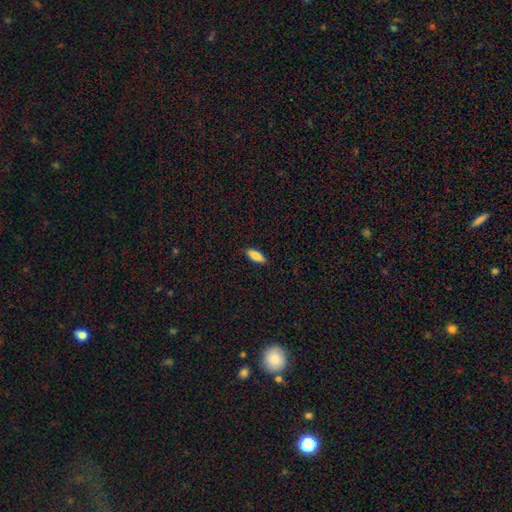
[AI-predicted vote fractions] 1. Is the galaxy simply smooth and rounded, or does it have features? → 85% smooth, 9% featured or disk, 6% star or artifact.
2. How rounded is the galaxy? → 65% in between, 33% cigar-shaped, 2% round.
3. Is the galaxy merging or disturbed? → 89% none, 8% minor disturbance, 2% major disturbance, 1% merger.